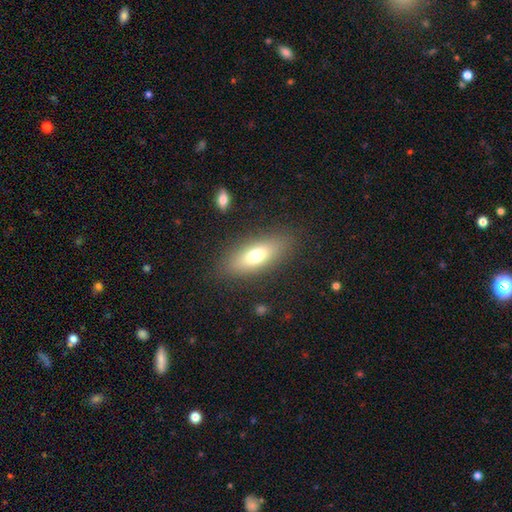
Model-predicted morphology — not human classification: Q: Smooth or featured?
A: smooth (69%); runner-up: featured or disk (22%)
Q: How rounded?
A: in between (72%); runner-up: cigar-shaped (23%)
Q: Merging?
A: none (84%); runner-up: minor disturbance (10%)